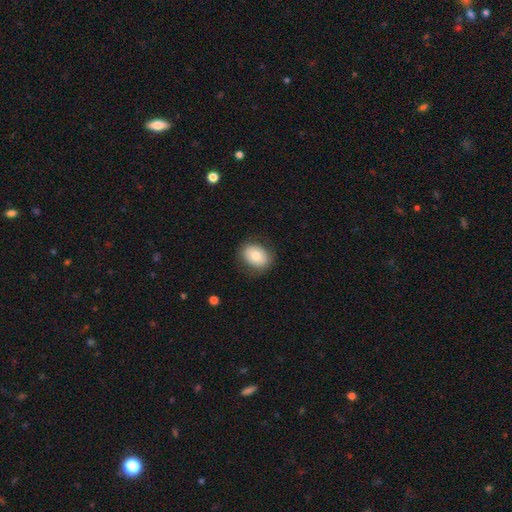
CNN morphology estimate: Q: Smooth or featured?
A: smooth (73%); runner-up: featured or disk (19%)
Q: How rounded?
A: in between (62%); runner-up: round (37%)
Q: Merging?
A: none (82%); runner-up: minor disturbance (13%)